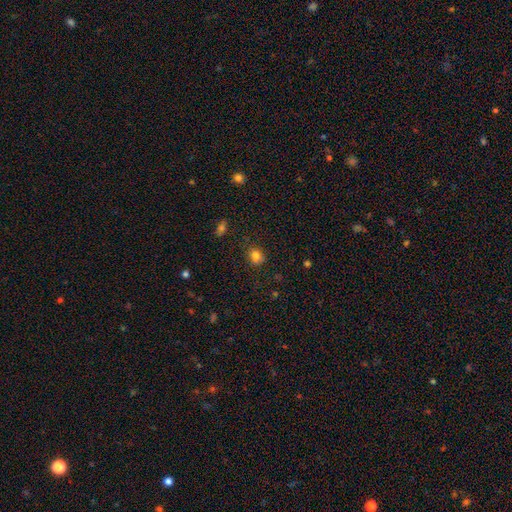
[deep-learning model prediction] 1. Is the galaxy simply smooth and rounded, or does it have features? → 79% smooth, 13% star or artifact, 8% featured or disk.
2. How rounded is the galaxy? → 73% round, 26% in between, 1% cigar-shaped.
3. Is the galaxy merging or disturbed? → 76% none, 17% minor disturbance, 4% major disturbance, 3% merger.